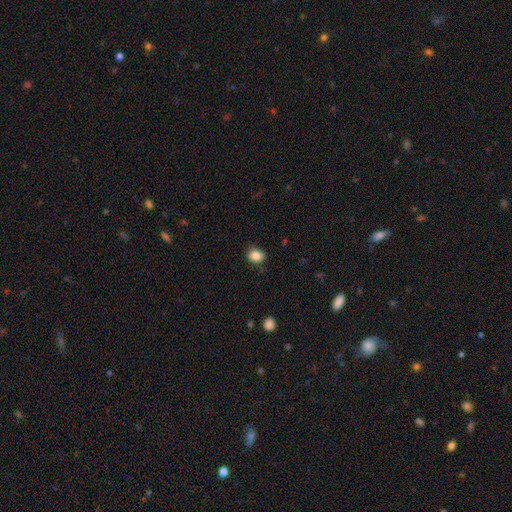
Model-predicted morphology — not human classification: smooth-or-featured: smooth: 86% | star or artifact: 9% | featured or disk: 4%
  how-rounded: in between: 55% | round: 44% | cigar-shaped: 1%
  merging: none: 81% | minor disturbance: 14% | major disturbance: 3% | merger: 1%